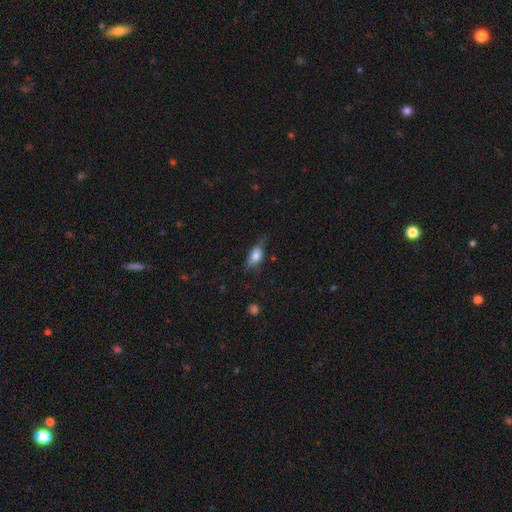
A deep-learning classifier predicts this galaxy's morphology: This appears to be a smooth galaxy with no disk features (72%) that is in between round and cigar-shaped (81%). Merging: none (53%).